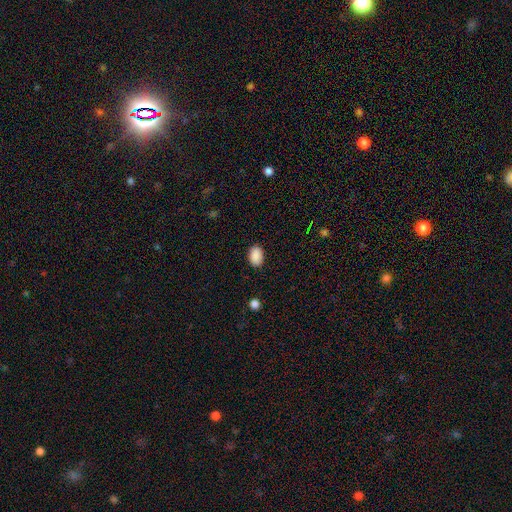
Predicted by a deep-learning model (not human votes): Q: Smooth or featured?
A: smooth (90%); runner-up: star or artifact (8%)
Q: How rounded?
A: in between (85%); runner-up: round (14%)
Q: Merging?
A: none (88%); runner-up: minor disturbance (9%)